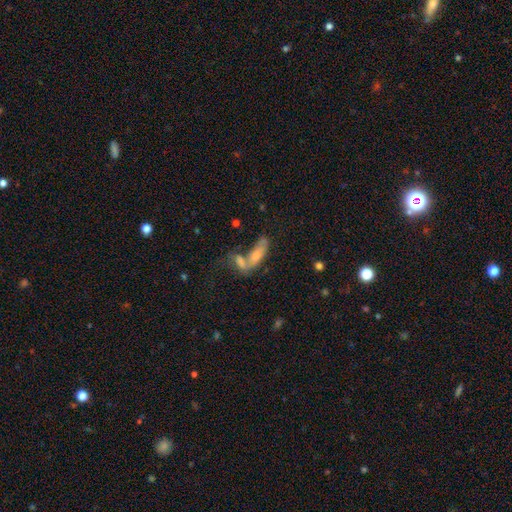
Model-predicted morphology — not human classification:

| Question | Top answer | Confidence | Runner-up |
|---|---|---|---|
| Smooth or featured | smooth | 50% | featured or disk (38%) |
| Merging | merger | 56% | none (25%) |